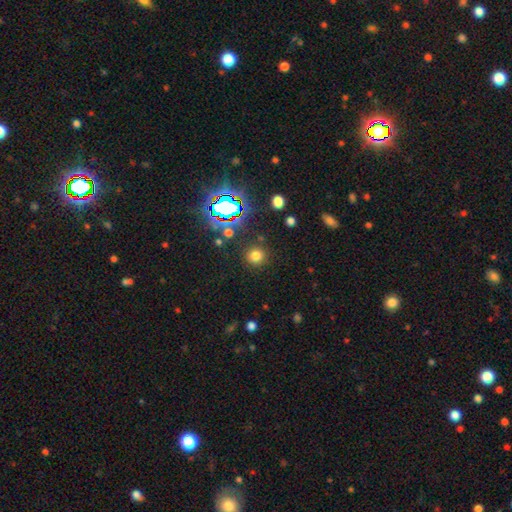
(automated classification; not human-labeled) The model was most divided on "smooth or featured": smooth: 70%, star or artifact: 23%, featured or disk: 7%. More confident: how rounded — round (91%); merging — none (88%).